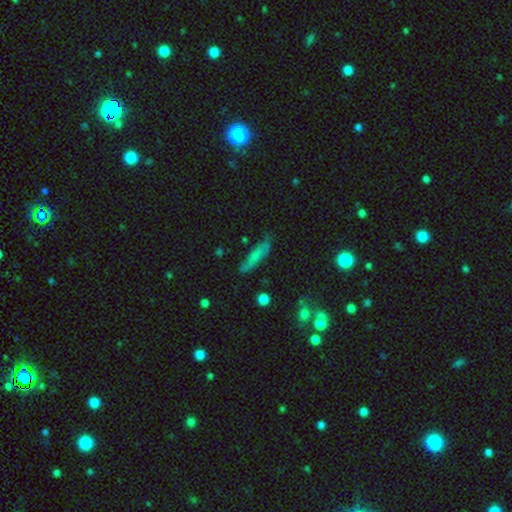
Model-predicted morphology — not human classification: A smooth galaxy with no disk features (66%) that is cigar-shaped (79%). Merging: none (74%).